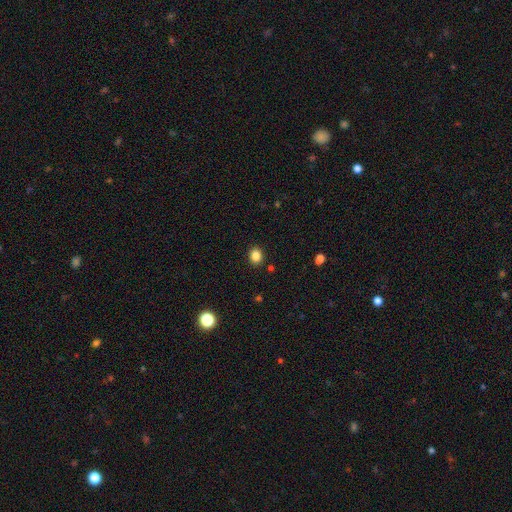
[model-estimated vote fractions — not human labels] A smooth galaxy with no disk features (85%) that is round (61%).

Vote fractions:
- Smooth or featured? smooth: 85% / star or artifact: 11% / featured or disk: 4%
- How rounded? round: 61% / in between: 38% / cigar-shaped: 1%
- Merging? none: 90% / minor disturbance: 7% / major disturbance: 2% / merger: 1%